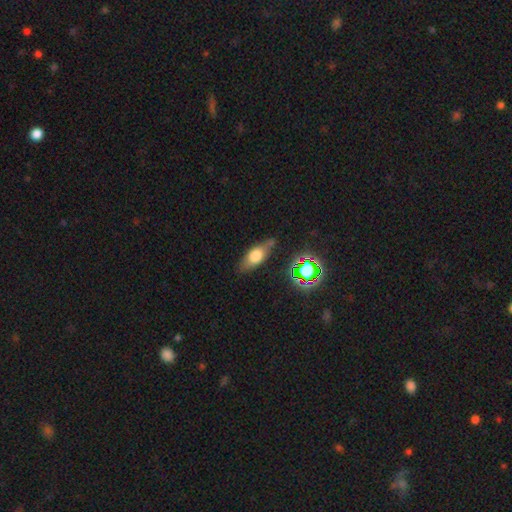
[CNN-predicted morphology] Q: Smooth or featured?
A: smooth (57%); runner-up: featured or disk (31%)
Q: How rounded?
A: in between (70%); runner-up: cigar-shaped (23%)
Q: Merging?
A: none (72%); runner-up: minor disturbance (19%)